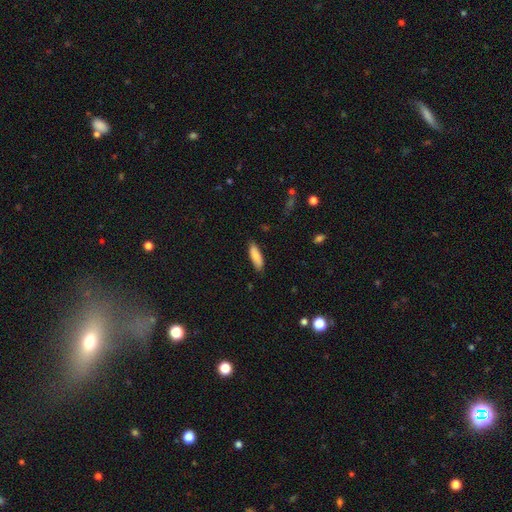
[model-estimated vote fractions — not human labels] smooth_or_featured: smooth (p=0.84) [alt: featured or disk p=0.10]
how_rounded: in between (p=0.52) [alt: cigar-shaped p=0.47]
merging: none (p=0.84) [alt: minor disturbance p=0.13]